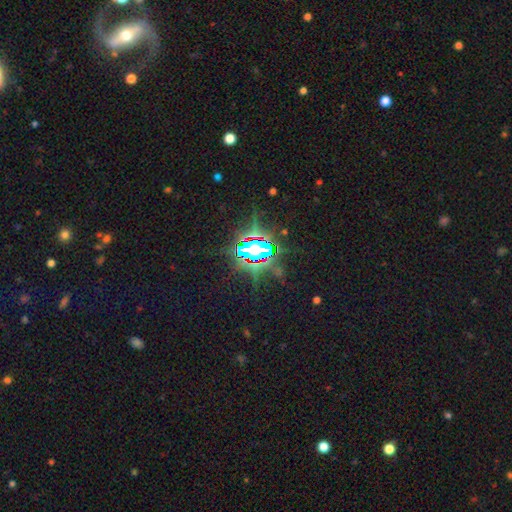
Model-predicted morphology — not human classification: This is likely a star or artifact rather than a galaxy (78%).